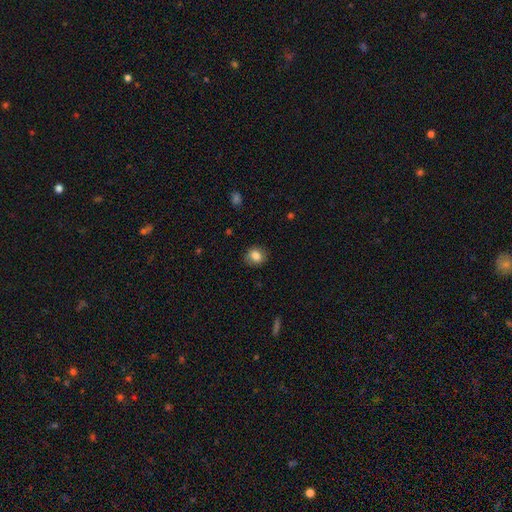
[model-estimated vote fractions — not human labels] Smooth or featured? smooth (83%)
How rounded? round (69%)
Merging? none (85%)